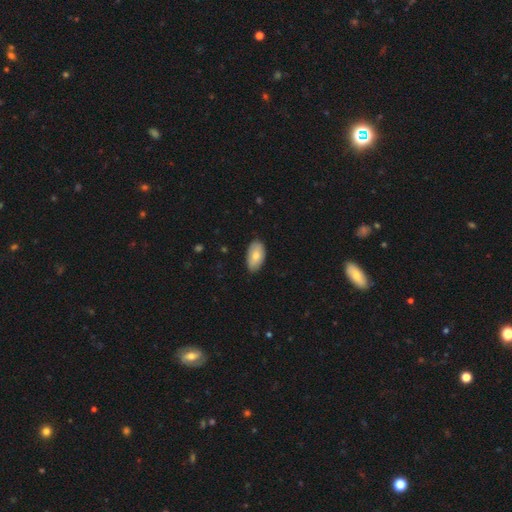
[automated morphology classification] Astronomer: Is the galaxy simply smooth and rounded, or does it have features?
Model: smooth — 77%.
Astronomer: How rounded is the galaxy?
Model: in between — 95%.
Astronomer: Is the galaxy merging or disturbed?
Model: none — 83%.